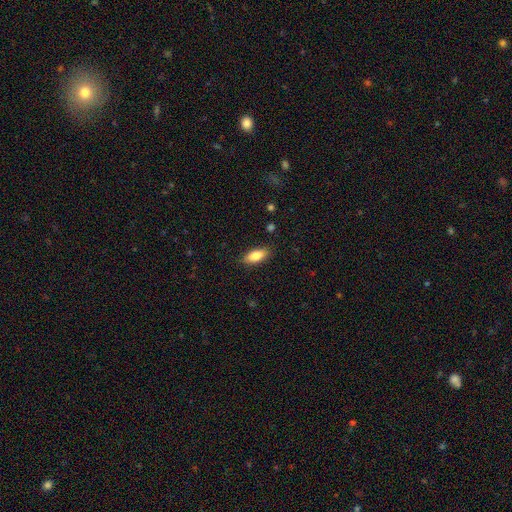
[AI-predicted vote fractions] Smooth or featured?
  - smooth: 82% *
  - featured or disk: 12%
  - star or artifact: 7%
How rounded?
  - in between: 82% *
  - cigar-shaped: 15%
  - round: 2%
Merging?
  - none: 87% *
  - minor disturbance: 10%
  - major disturbance: 2%
  - merger: 1%